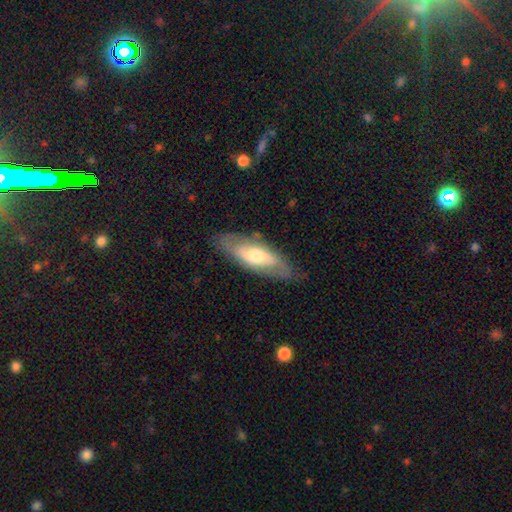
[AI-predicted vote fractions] Smooth or featured: featured or disk — 53% (smooth — 42%)
Edge-on disk: no — 74% (yes — 26%)
Merging: none — 78% (minor disturbance — 16%)